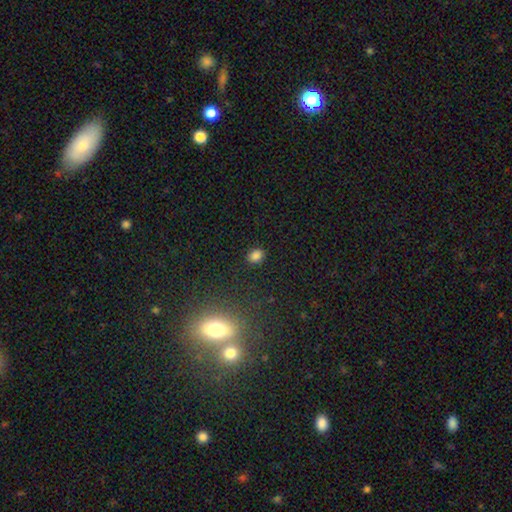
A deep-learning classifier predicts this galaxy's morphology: Smooth or featured? Predicted: smooth (p=0.82). How rounded? Predicted: in between (p=0.56). Merging? Predicted: none (p=0.88).